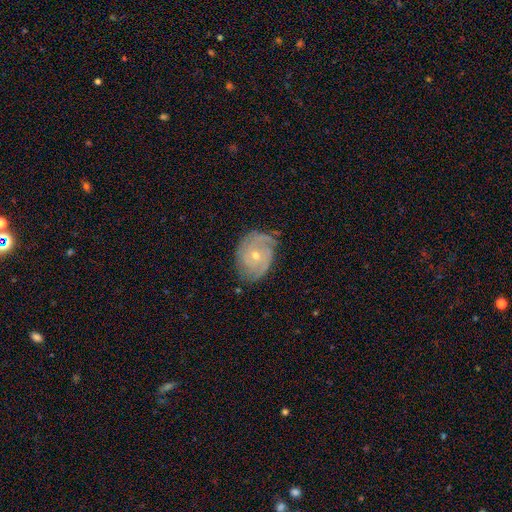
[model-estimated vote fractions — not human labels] featured or disk 79%, smooth 14%, star or artifact 7%. Down the decision tree: edge-on disk — no (97%); bar — no (77%); spiral arms — yes (92%); spiral arm count — 2 (34%); spiral winding — tight (64%); bulge size — small (55%); merging — none (70%).